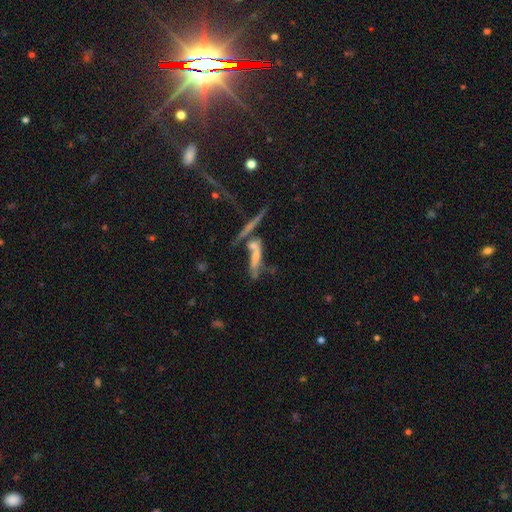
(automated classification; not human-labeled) Overall: featured or disk (50%; smooth 31%). Merging: merger (45%; none 32%).